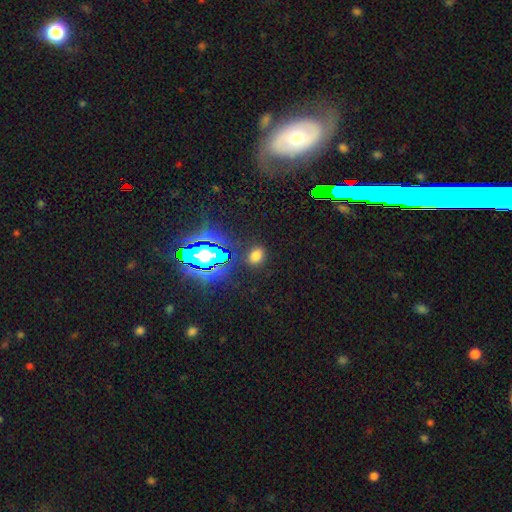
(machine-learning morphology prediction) Smooth or featured? Predicted: smooth (p=0.64). How rounded? Predicted: in between (p=0.60). Merging? Predicted: none (p=0.84).